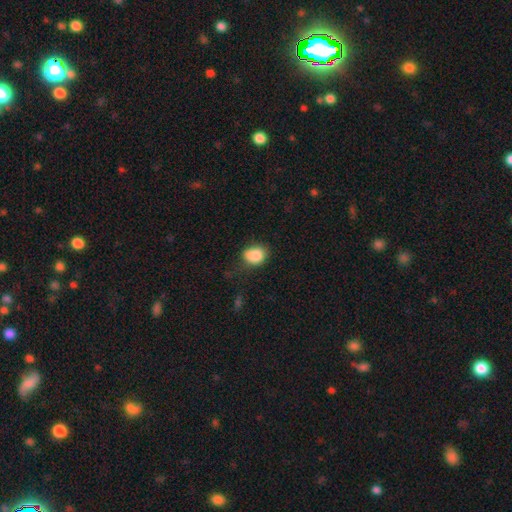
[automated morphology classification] Smooth or featured: smooth — 86% (star or artifact — 9%)
How rounded: in between — 59% (round — 40%)
Merging: none — 60% (minor disturbance — 29%)